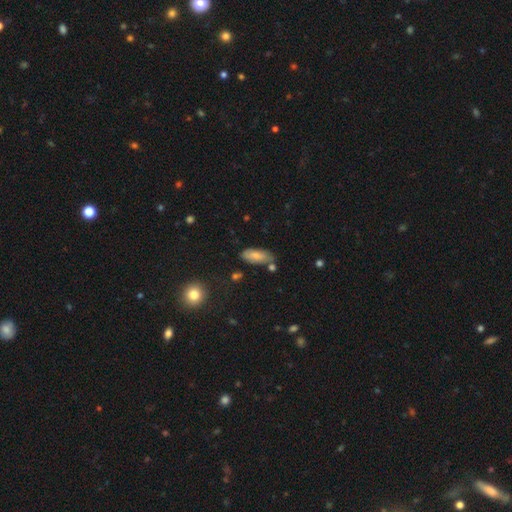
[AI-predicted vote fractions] Q: Smooth or featured?
A: smooth (79%); runner-up: featured or disk (14%)
Q: How rounded?
A: in between (82%); runner-up: cigar-shaped (16%)
Q: Merging?
A: none (67%); runner-up: minor disturbance (21%)